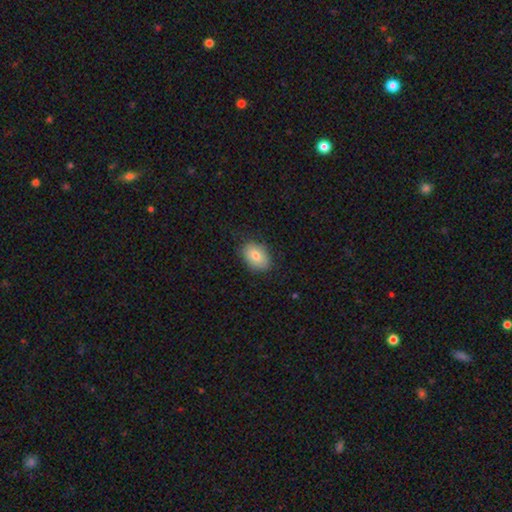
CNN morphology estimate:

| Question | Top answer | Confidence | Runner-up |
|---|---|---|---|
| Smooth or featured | smooth | 79% | featured or disk (13%) |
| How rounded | in between | 81% | round (18%) |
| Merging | none | 83% | minor disturbance (13%) |